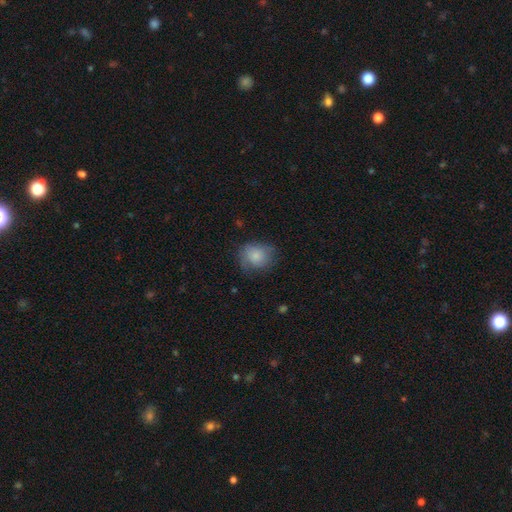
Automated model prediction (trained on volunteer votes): smooth_or_featured: smooth (p=0.79) [alt: featured or disk p=0.13]
how_rounded: round (p=0.70) [alt: in between p=0.29]
merging: none (p=0.61) [alt: minor disturbance p=0.28]